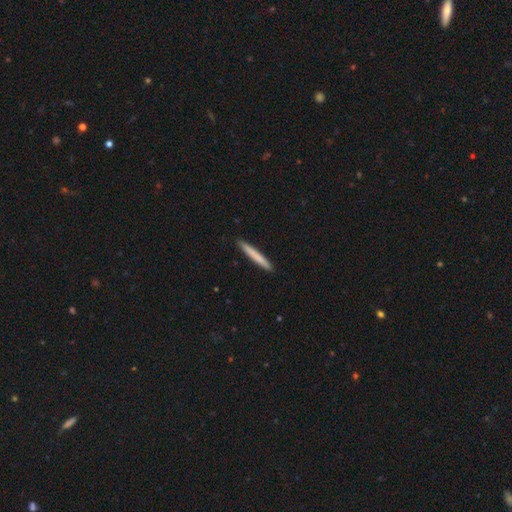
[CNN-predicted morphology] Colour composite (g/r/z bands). It shows a smooth galaxy with no disk features (74%) that is cigar-shaped (97%). Merging: none (92%).